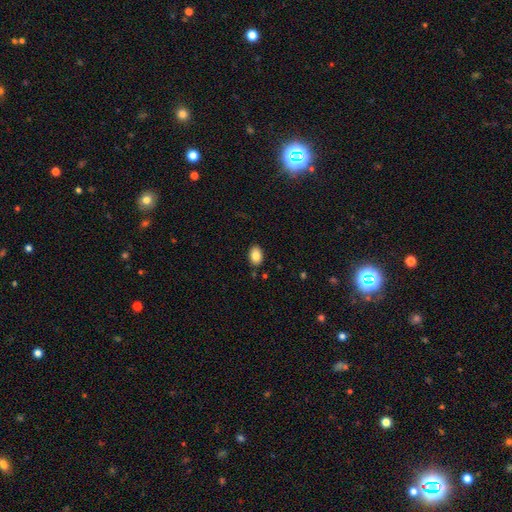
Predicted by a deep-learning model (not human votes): A smooth galaxy with no disk features (85%) that is in between round and cigar-shaped (80%).

Vote fractions:
- Smooth or featured? smooth: 85% / star or artifact: 8% / featured or disk: 7%
- How rounded? in between: 80% / round: 19% / cigar-shaped: 1%
- Merging? none: 86% / minor disturbance: 10% / merger: 2% / major disturbance: 2%